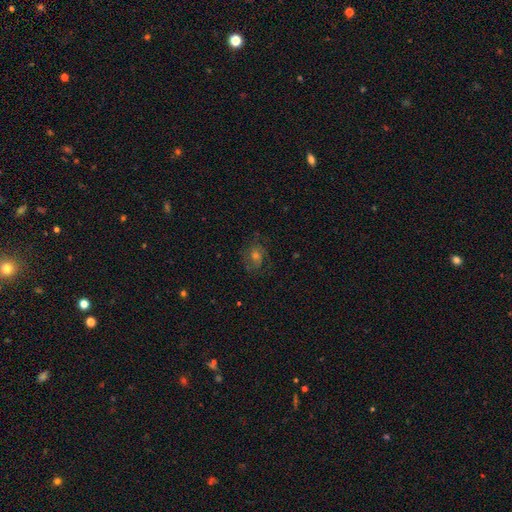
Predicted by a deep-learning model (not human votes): Overall: featured or disk (55%; smooth 24%). Edge-on disk: no (97%). Bar: no (66%; weak 28%). Spiral arms: yes (86%). Bulge size: moderate (59%; small 28%). Merging: none (77%).